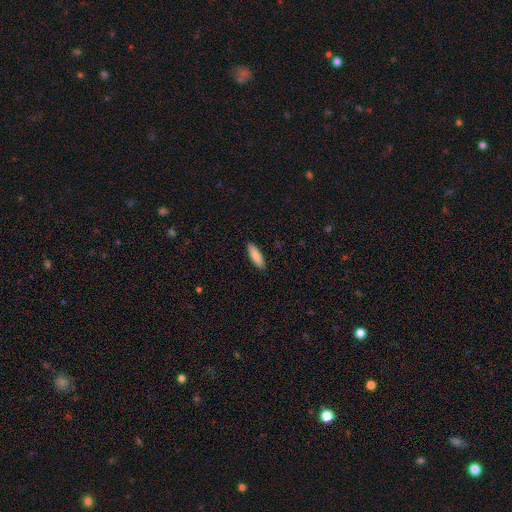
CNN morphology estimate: smooth 89%, star or artifact 6%, featured or disk 5%. Down the decision tree: how rounded — cigar-shaped (60%); merging — none (91%).